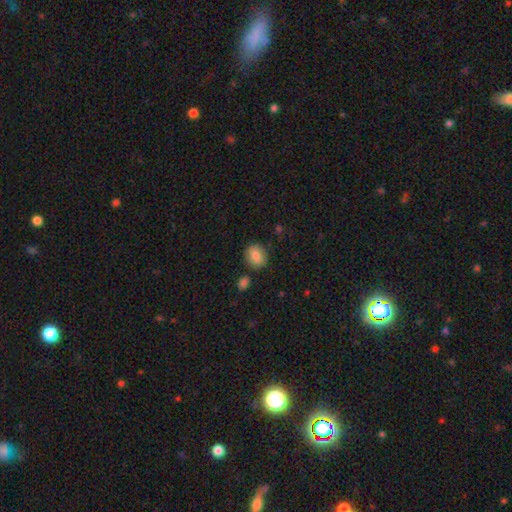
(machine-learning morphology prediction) Overall: smooth (82%). How rounded: round (58%; in between 41%). Merging: none (82%).